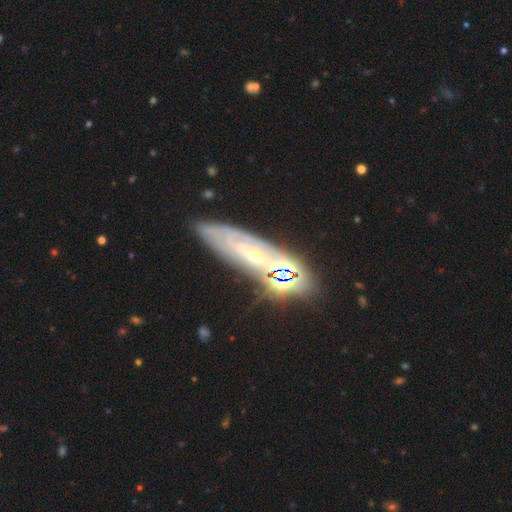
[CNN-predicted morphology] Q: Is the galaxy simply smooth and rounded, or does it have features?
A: featured or disk — 74%.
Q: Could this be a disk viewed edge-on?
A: no — 69%.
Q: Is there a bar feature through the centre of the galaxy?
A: no — 56%.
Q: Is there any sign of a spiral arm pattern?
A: yes — 76%.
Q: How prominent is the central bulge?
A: small — 73%.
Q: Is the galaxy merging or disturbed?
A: none — 76%.